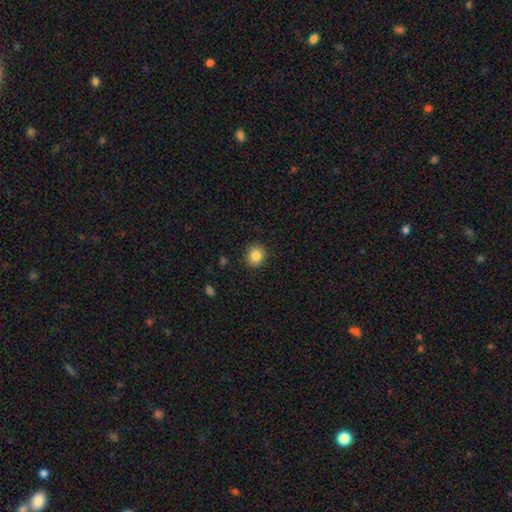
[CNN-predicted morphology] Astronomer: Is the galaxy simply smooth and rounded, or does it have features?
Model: smooth — 84%.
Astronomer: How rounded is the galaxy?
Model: round — 84%.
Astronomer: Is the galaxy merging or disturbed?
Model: none — 90%.